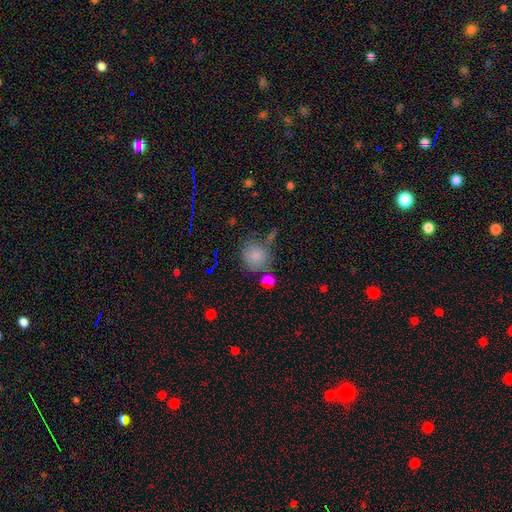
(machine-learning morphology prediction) smooth-or-featured: smooth: 82% | star or artifact: 10% | featured or disk: 8%
  how-rounded: round: 81% | in between: 17% | cigar-shaped: 1%
  merging: none: 62% | minor disturbance: 18% | merger: 13% | major disturbance: 7%